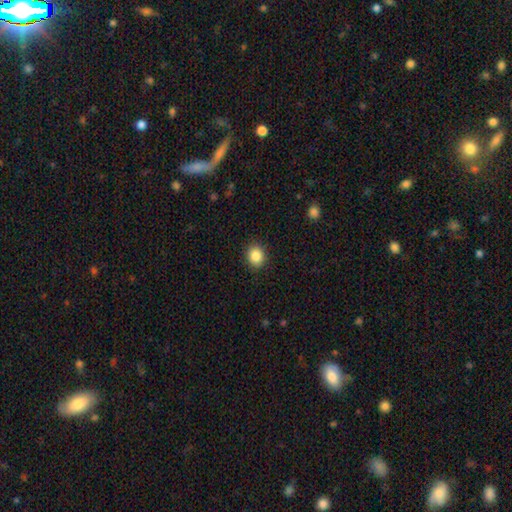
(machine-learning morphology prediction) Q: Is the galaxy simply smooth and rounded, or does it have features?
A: smooth — 87%.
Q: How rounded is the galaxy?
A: round — 70%.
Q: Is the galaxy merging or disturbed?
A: none — 90%.